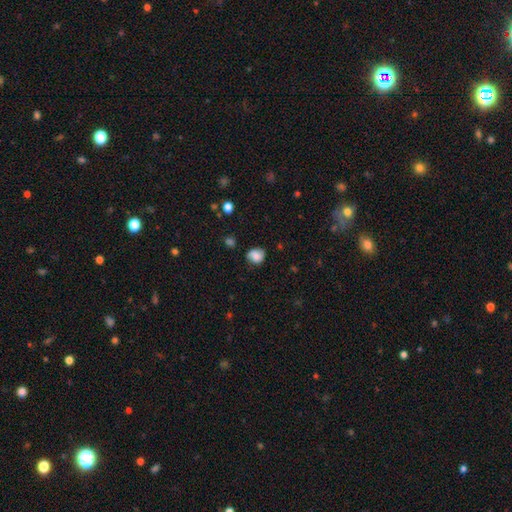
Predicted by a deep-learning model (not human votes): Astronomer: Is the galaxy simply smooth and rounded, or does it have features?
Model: smooth — 71%.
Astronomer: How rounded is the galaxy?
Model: round — 61% (runner-up: in between, 38%).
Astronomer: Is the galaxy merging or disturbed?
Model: none — 66%.